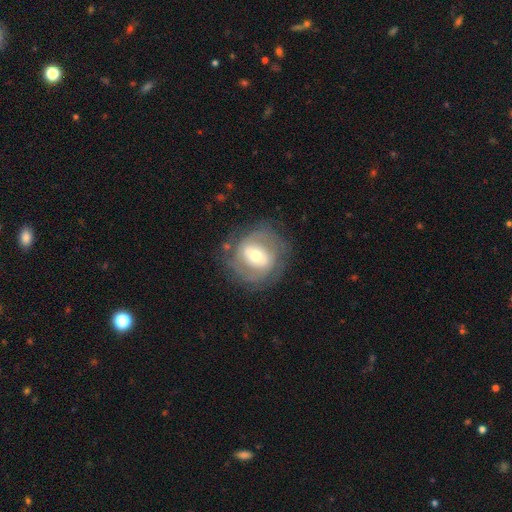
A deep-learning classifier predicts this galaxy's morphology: Smooth or featured?
  - featured or disk: 64% *
  - smooth: 29%
  - star or artifact: 7%
Edge-on disk?
  - no: 96% *
  - yes: 4%
Bar?
  - weak: 41% *
  - no: 35%
  - strong: 23%
Spiral arms?
  - yes: 68% *
  - no: 32%
Bulge size?
  - moderate: 66% *
  - small: 22%
  - large: 10%
  - dominant: 1%
  - none: 1%
Merging?
  - none: 73% *
  - minor disturbance: 16%
  - major disturbance: 10%
  - merger: 2%